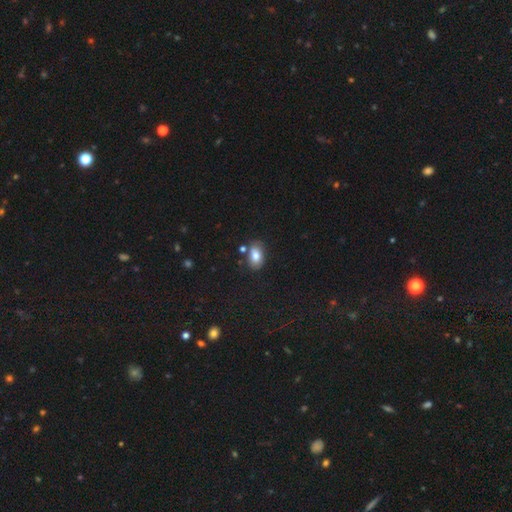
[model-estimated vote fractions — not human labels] This is likely a smooth galaxy (79%). How rounded: clearly in between (86%). Merging: likely none (73%).